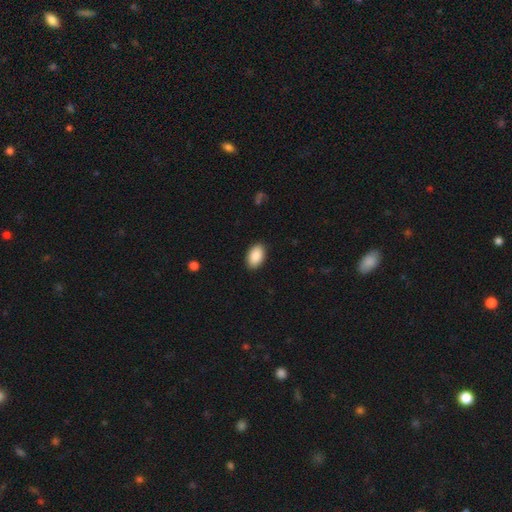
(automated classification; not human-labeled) The model was most divided on "merging": none: 89%, minor disturbance: 8%, major disturbance: 2%, merger: 1%. More confident: how rounded — in between (93%); smooth or featured — smooth (90%).